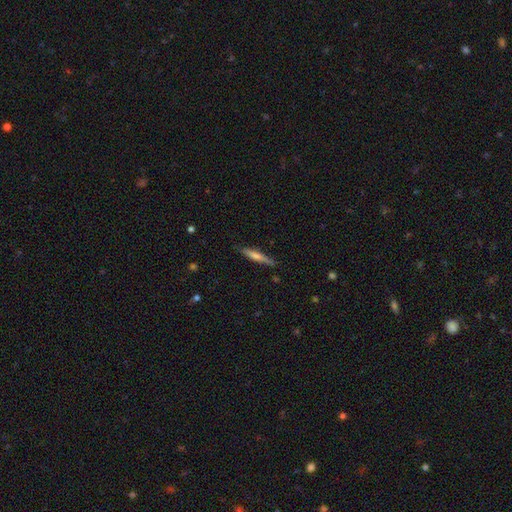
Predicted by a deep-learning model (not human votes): Morphology: type=featured or disk (51%); edge-on=yes (95%); merging=none (86%).